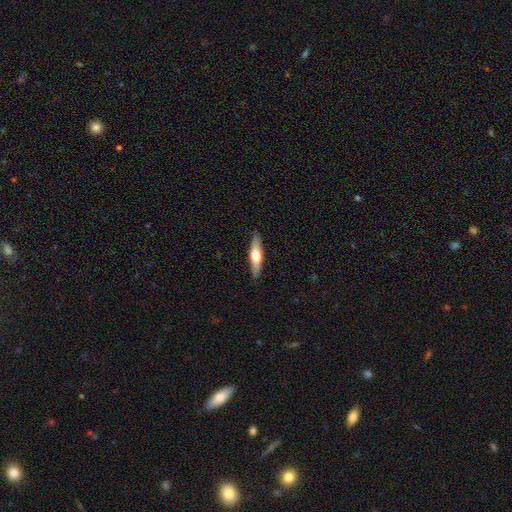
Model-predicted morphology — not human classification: Overall: smooth (51%; featured or disk 44%). How rounded: cigar-shaped (72%). Merging: none (89%).